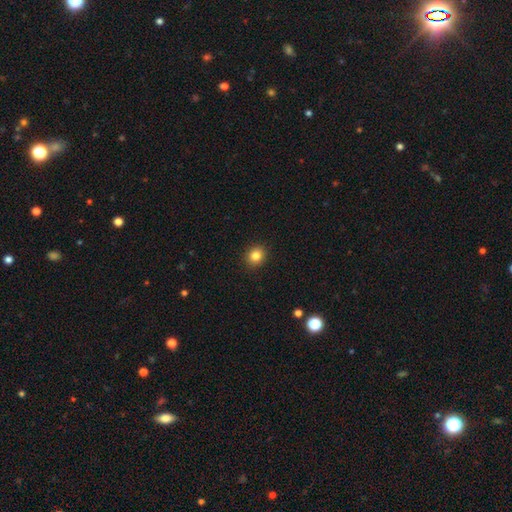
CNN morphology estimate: smooth 83%, star or artifact 11%, featured or disk 6%. Down the decision tree: how rounded — round (80%); merging — none (92%).